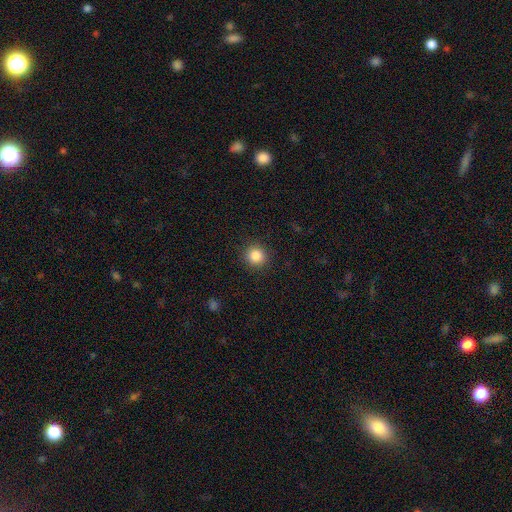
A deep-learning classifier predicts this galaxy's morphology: smooth_or_featured: smooth (p=0.86) [alt: star or artifact p=0.10]
how_rounded: round (p=0.93) [alt: in between p=0.06]
merging: none (p=0.91) [alt: minor disturbance p=0.06]